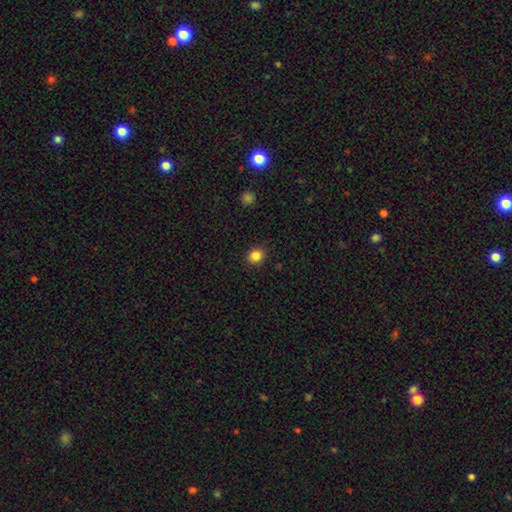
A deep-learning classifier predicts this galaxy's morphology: smooth_or_featured: smooth (p=0.85) [alt: star or artifact p=0.11]
how_rounded: round (p=0.88) [alt: in between p=0.11]
merging: none (p=0.91) [alt: minor disturbance p=0.06]